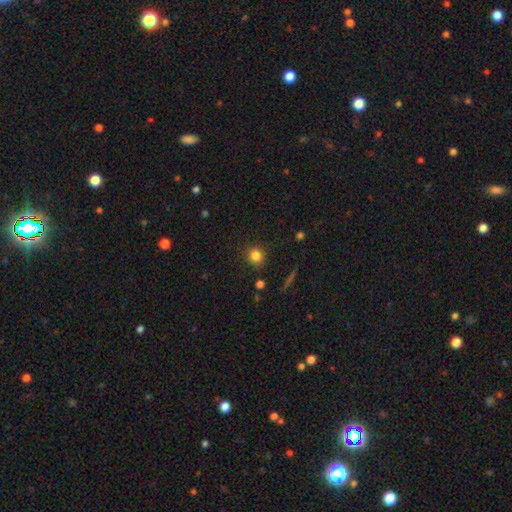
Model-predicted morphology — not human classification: The model was most divided on "smooth or featured": smooth: 82%, star or artifact: 12%, featured or disk: 6%. More confident: merging — none (88%); how rounded — round (87%).